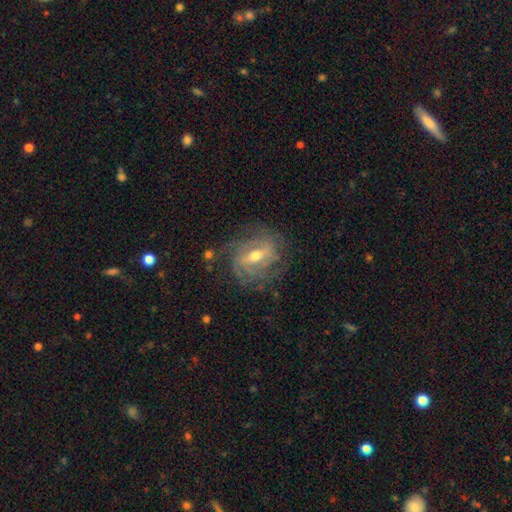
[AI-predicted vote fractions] Morphology: type=featured or disk (81%); edge-on=no (93%); bar=strong (43%); spiral arms=yes (87%); winding=tight (49%); arm count=can't tell (35%); bulge=moderate (68%); merging=none (68%).